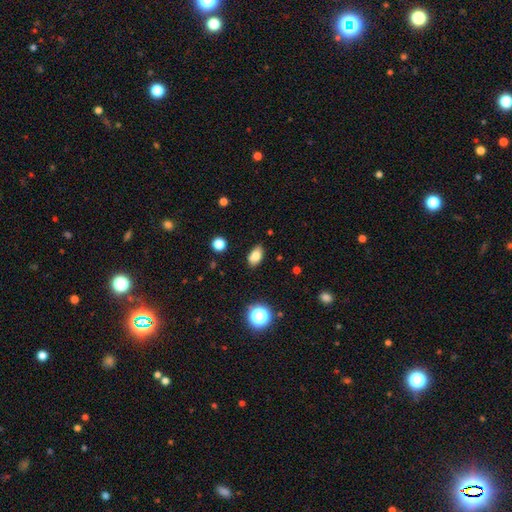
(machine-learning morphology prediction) This is likely a smooth galaxy (79%). How rounded: clearly in between (88%). Merging: clearly none (85%).